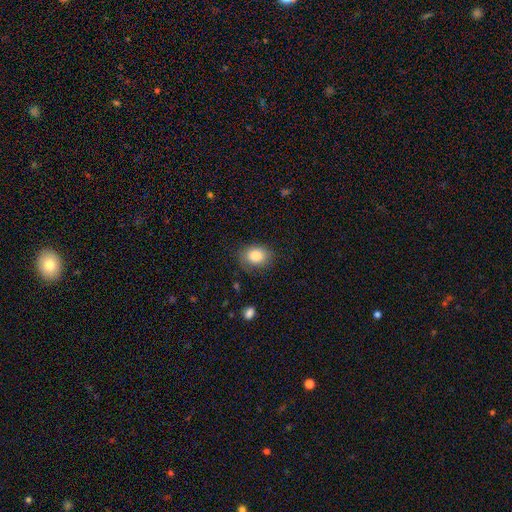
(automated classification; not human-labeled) This is clearly a smooth galaxy (82%). How rounded: possibly round (50%). Merging: clearly none (81%).